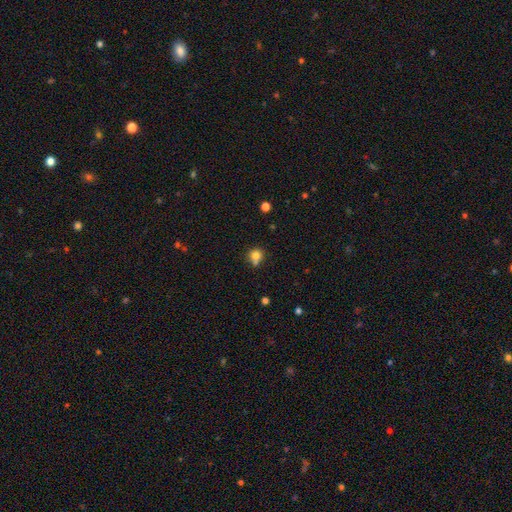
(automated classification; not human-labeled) This appears to be a smooth galaxy with no disk features (78%) that is round (83%). Merging: none (53%).